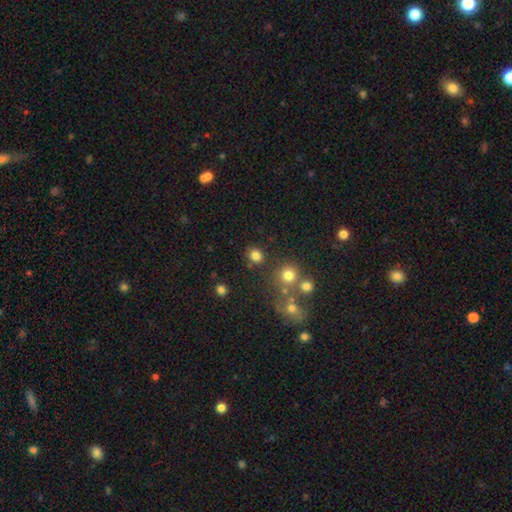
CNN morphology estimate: The model was most divided on "how rounded": round: 72%, in between: 27%, cigar-shaped: 1%. More confident: smooth or featured — smooth (80%); merging — none (79%).